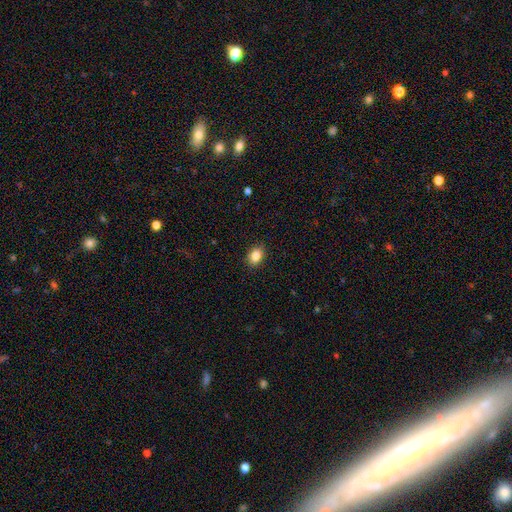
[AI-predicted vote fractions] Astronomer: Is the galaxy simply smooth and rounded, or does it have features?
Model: smooth — 86%.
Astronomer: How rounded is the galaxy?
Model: in between — 74%.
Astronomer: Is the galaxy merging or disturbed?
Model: none — 89%.